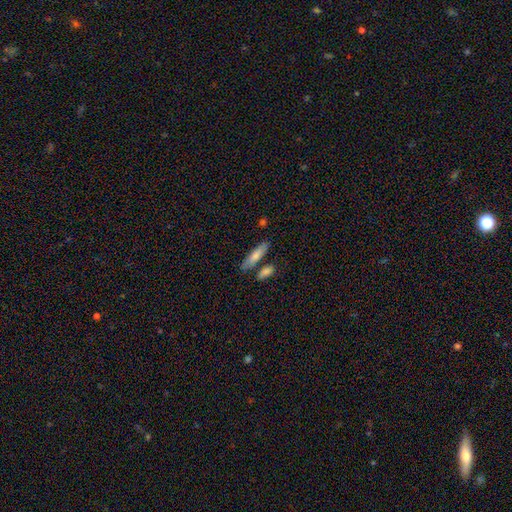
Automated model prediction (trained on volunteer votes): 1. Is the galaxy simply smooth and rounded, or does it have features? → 75% smooth, 20% featured or disk, 6% star or artifact.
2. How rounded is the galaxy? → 70% cigar-shaped, 28% in between, 2% round.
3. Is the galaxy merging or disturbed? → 72% none, 13% merger, 12% minor disturbance, 3% major disturbance.